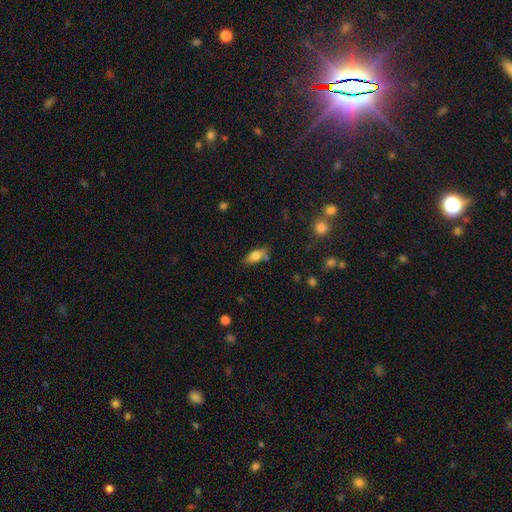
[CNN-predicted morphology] Smooth or featured? smooth (77%)
How rounded? in between (85%)
Merging? none (69%)